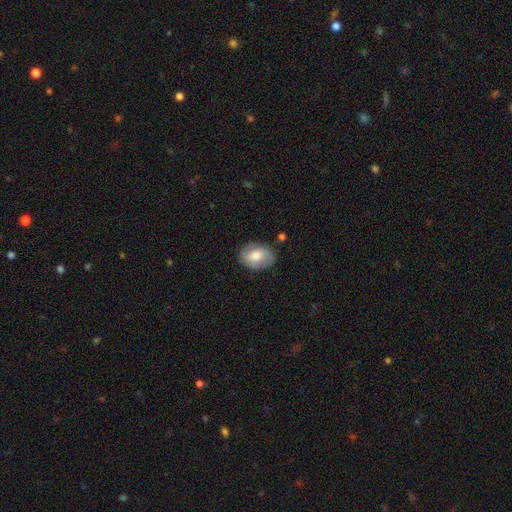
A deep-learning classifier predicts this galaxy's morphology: A smooth galaxy with no disk features (69%) that is in between round and cigar-shaped (71%).

Vote fractions:
- Smooth or featured? smooth: 69% / featured or disk: 24% / star or artifact: 7%
- How rounded? in between: 71% / round: 28% / cigar-shaped: 1%
- Merging? none: 76% / minor disturbance: 18% / major disturbance: 4% / merger: 2%